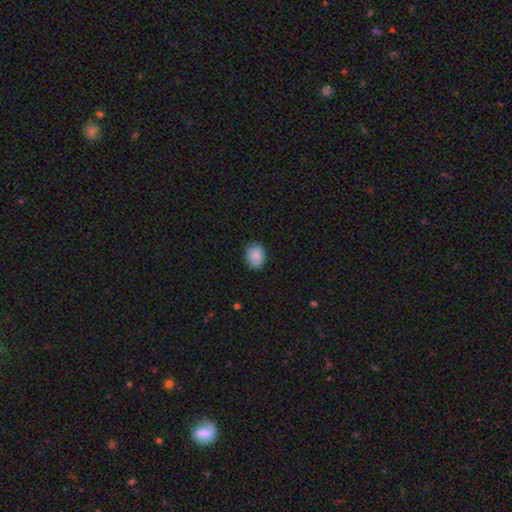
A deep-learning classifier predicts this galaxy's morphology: Smooth or featured?
  - smooth: 86% *
  - star or artifact: 8%
  - featured or disk: 7%
How rounded?
  - in between: 53% *
  - round: 46%
  - cigar-shaped: 1%
Merging?
  - none: 82% *
  - minor disturbance: 14%
  - major disturbance: 3%
  - merger: 1%